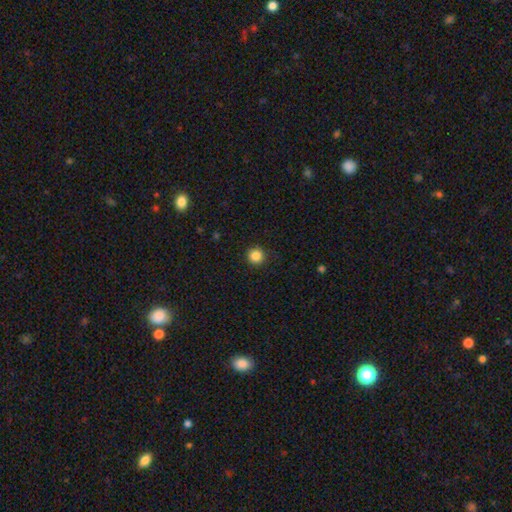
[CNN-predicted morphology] Smooth or featured?
  - smooth: 86% *
  - star or artifact: 11%
  - featured or disk: 4%
How rounded?
  - round: 95% *
  - in between: 4%
  - cigar-shaped: 1%
Merging?
  - none: 92% *
  - minor disturbance: 6%
  - major disturbance: 2%
  - merger: 1%